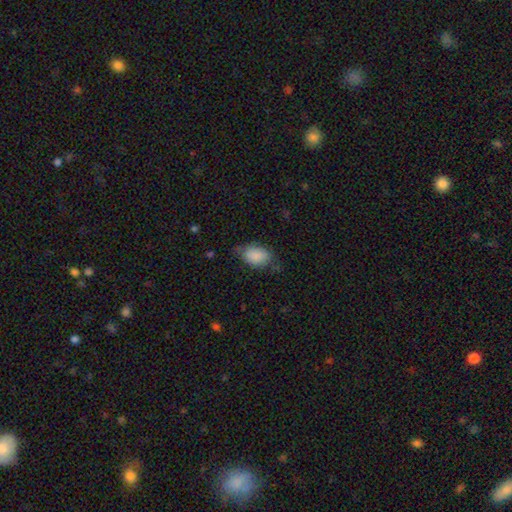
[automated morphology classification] type=smooth (86%); roundness=in between (85%); merging=none (59%).